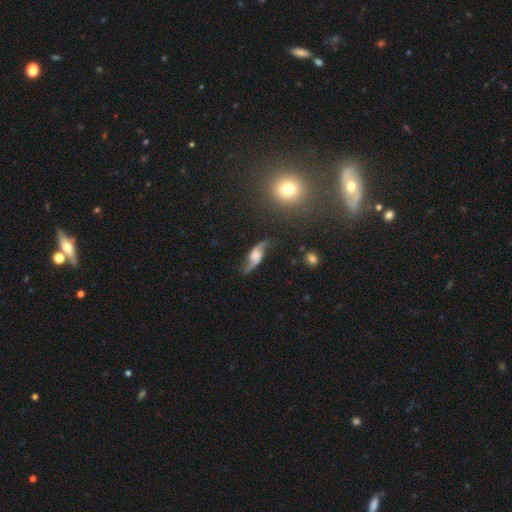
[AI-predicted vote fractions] Morphology: type=featured or disk (84%); edge-on=no (90%); bar=no (52%); spiral arms=yes (95%); winding=loose (83%); arm count=2 (93%); bulge=moderate (29%); merging=none (74%).